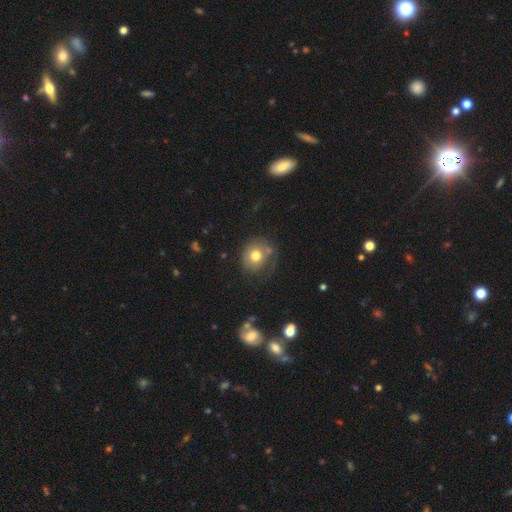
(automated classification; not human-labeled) Smooth or featured? smooth (71%)
How rounded? round (82%)
Merging? none (58%)